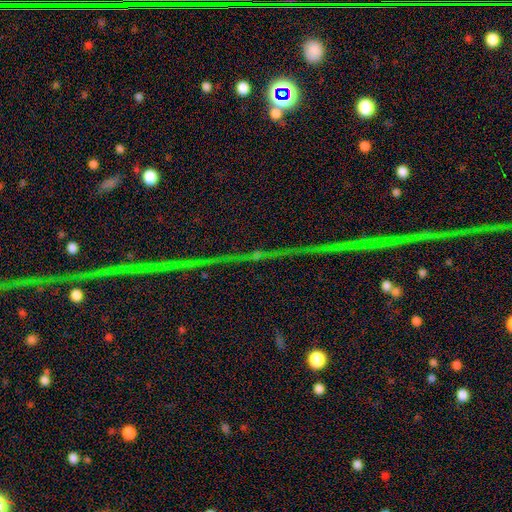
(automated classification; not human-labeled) Morphology: type=star or artifact (83%).